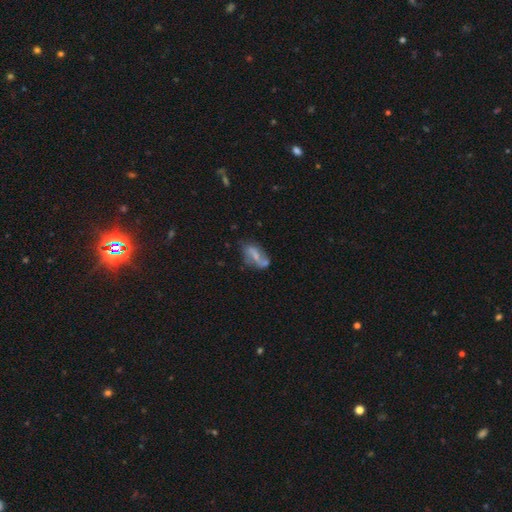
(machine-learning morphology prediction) A featured or disk galaxy (53%).

Vote fractions:
- Smooth or featured? featured or disk: 53% / smooth: 37% / star or artifact: 10%
- Edge-on disk? no: 92% / yes: 8%
- Merging? none: 41% / minor disturbance: 23% / merger: 20% / major disturbance: 15%